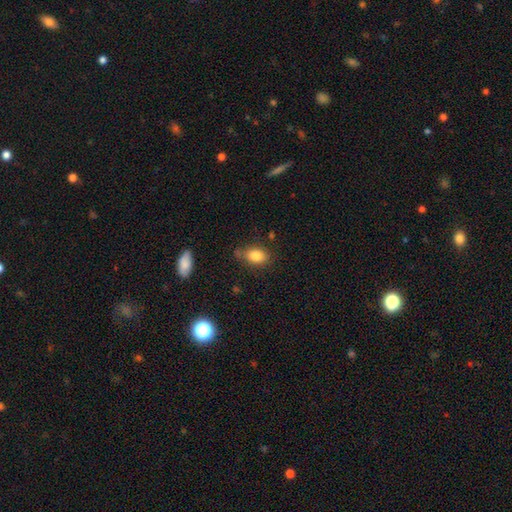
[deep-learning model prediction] Smooth or featured? Predicted: smooth (p=0.84). How rounded? Predicted: in between (p=0.82). Merging? Predicted: none (p=0.73).